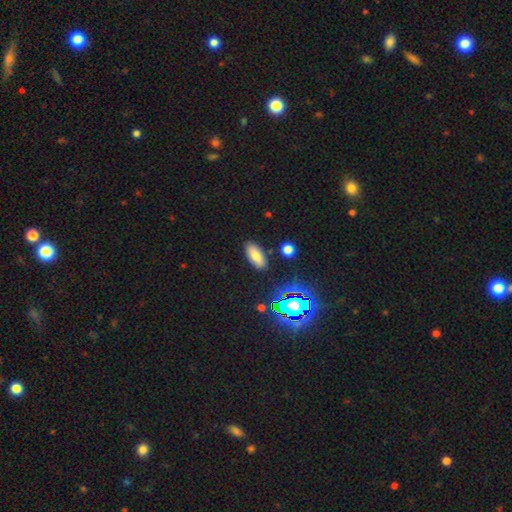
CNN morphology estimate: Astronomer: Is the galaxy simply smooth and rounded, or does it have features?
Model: smooth — 73%.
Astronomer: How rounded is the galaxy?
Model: in between — 85%.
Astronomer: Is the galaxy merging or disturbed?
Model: none — 87%.